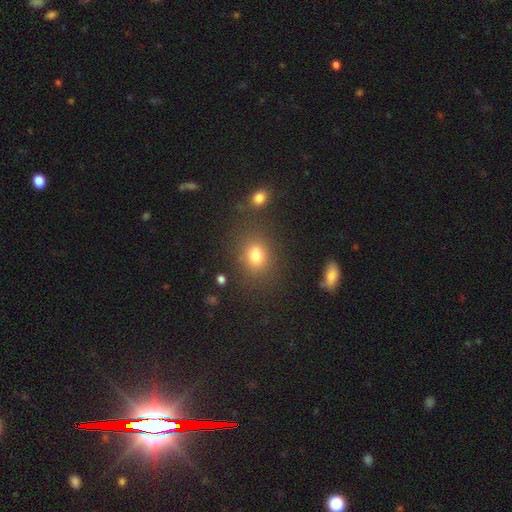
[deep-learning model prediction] Morphology: type=smooth (77%); roundness=round (56%); merging=none (75%).